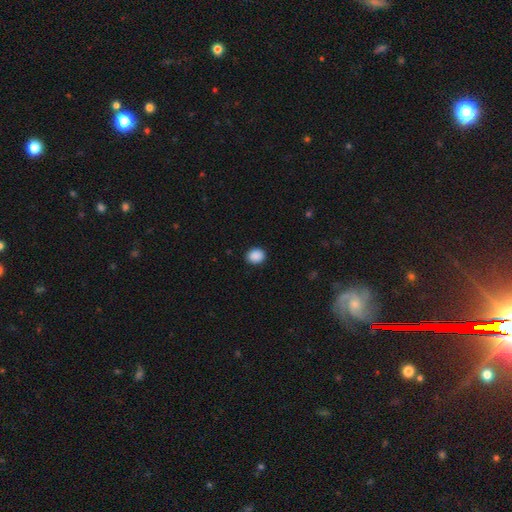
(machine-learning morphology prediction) smooth_or_featured: smooth (p=0.90) [alt: star or artifact p=0.08]
how_rounded: round (p=0.59) [alt: in between p=0.40]
merging: none (p=0.90) [alt: minor disturbance p=0.07]